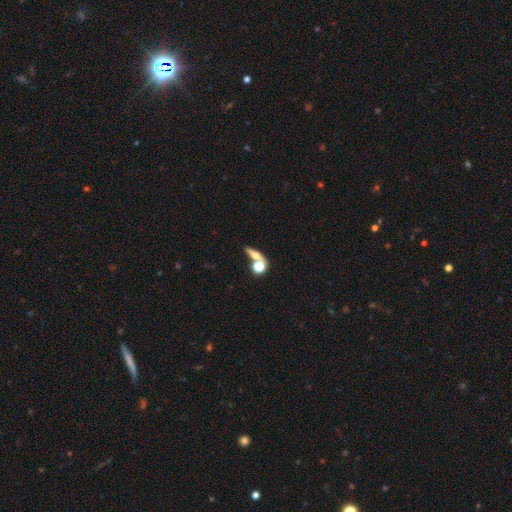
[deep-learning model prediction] This is likely a smooth galaxy (61%). How rounded: marginally in between (43%). Merging: possibly none (50%).